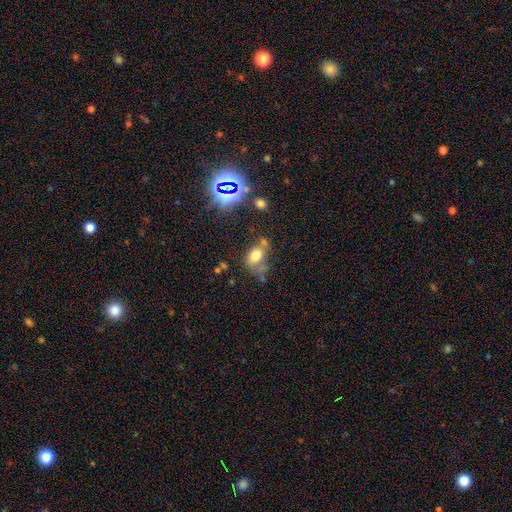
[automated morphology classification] A smooth galaxy with no disk features (70%) that is in between round and cigar-shaped (77%). Merging: none (48%).